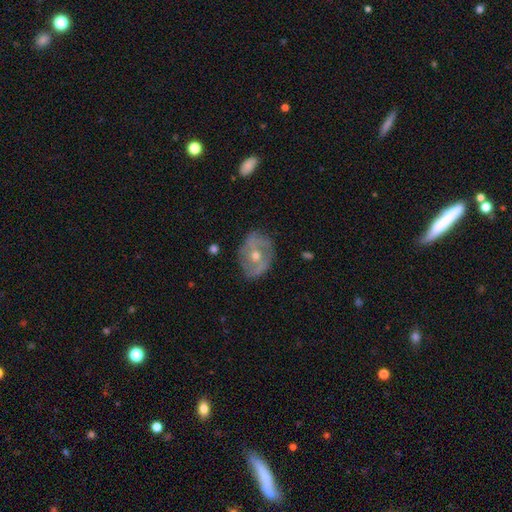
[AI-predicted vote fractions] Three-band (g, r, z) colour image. It shows a featured or disk galaxy (71%) with no bar (52%), spiral arms (68%) and a moderate central bulge (61%). Merging: none (75%).